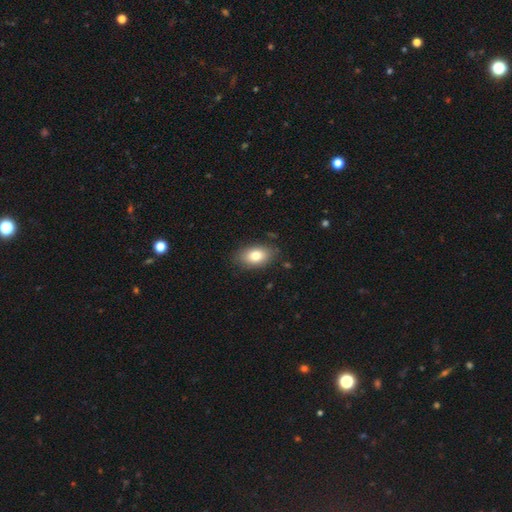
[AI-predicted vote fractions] A smooth galaxy with no disk features (81%) that is in between round and cigar-shaped (89%). Merging: none (85%).